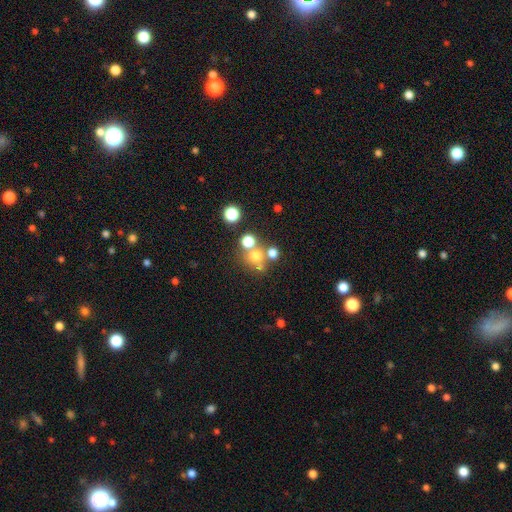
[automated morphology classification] smooth 63%, star or artifact 22%, featured or disk 15%. Down the decision tree: how rounded — round (88%); merging — none (58%).